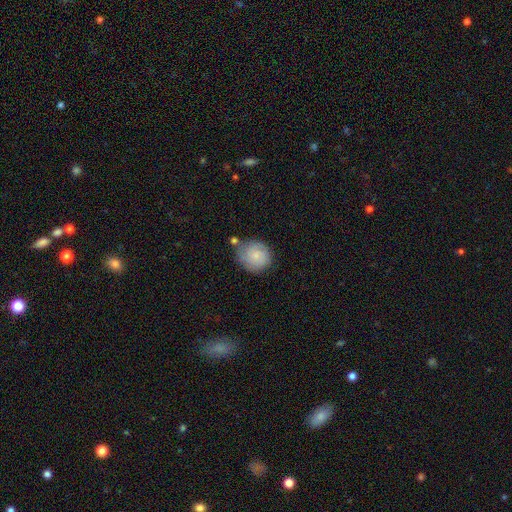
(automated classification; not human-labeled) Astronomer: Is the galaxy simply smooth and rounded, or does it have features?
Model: smooth — 61%.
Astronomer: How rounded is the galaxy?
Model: round — 84%.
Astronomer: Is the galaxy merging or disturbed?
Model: none — 59%.